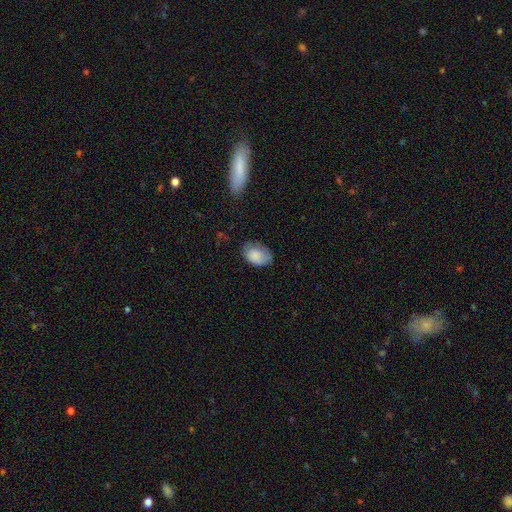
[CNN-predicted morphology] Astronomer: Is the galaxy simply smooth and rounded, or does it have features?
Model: smooth — 83%.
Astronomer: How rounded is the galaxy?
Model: in between — 83%.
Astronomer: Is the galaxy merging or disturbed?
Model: none — 60%.